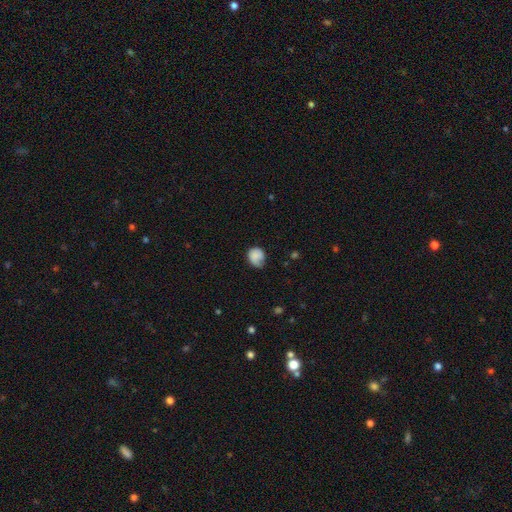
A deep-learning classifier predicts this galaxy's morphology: smooth_or_featured: smooth (p=0.79) [alt: featured or disk p=0.13]
how_rounded: round (p=0.61) [alt: in between p=0.38]
merging: none (p=0.50) [alt: minor disturbance p=0.36]